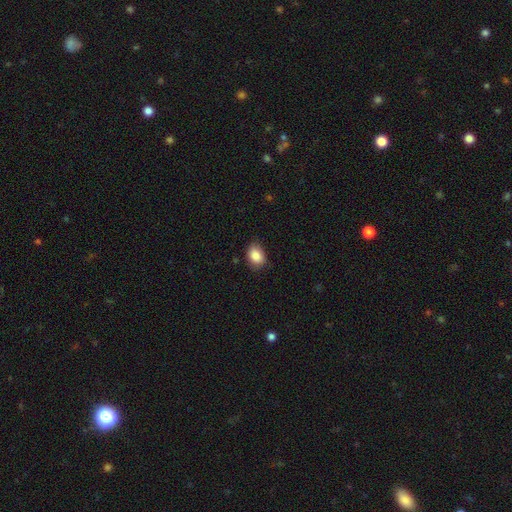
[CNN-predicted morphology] smooth_or_featured: smooth (p=0.86) [alt: star or artifact p=0.08]
how_rounded: in between (p=0.72) [alt: round p=0.27]
merging: none (p=0.78) [alt: minor disturbance p=0.18]